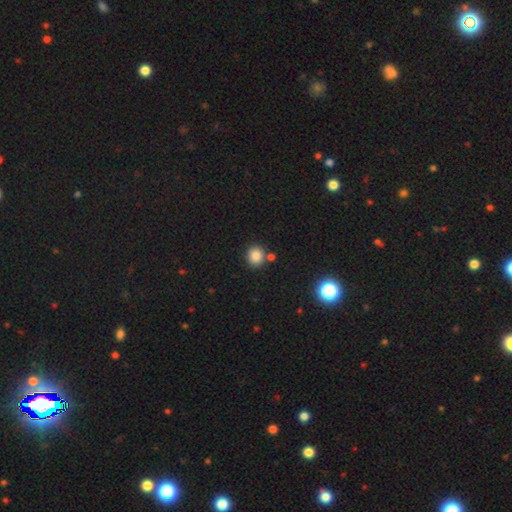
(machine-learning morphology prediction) This is clearly a smooth galaxy (84%). How rounded: clearly round (83%). Merging: likely none (77%).